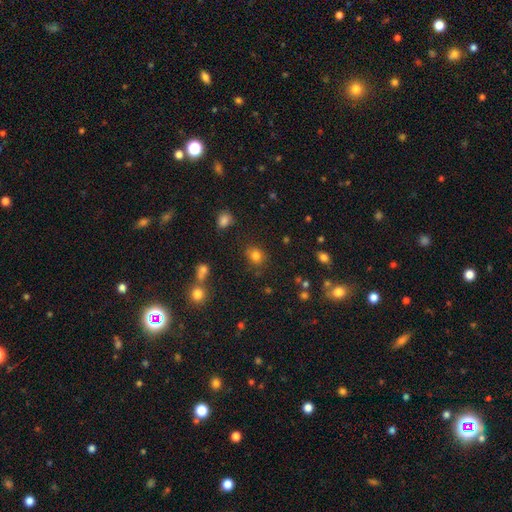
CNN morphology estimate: A smooth galaxy with no disk features (79%) that is round (66%). Merging: none (78%).